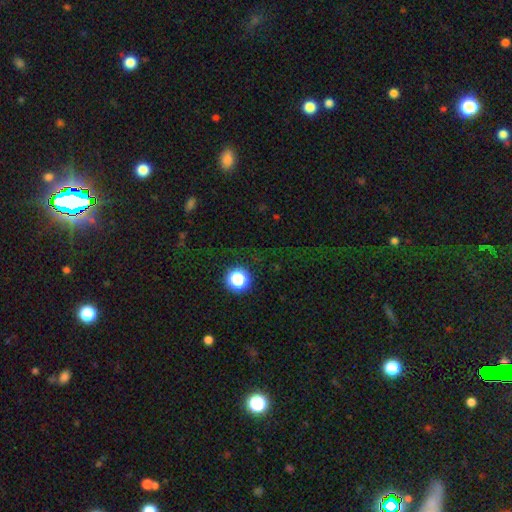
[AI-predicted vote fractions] A star or artifact, not a galaxy (61%).

Vote fractions:
- Smooth or featured? star or artifact: 61% / smooth: 31% / featured or disk: 8%